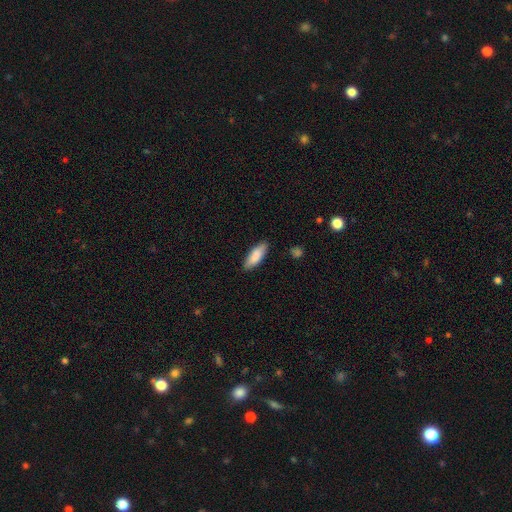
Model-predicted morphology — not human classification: smooth-or-featured: smooth: 85% | featured or disk: 9% | star or artifact: 6%
  how-rounded: in between: 64% | cigar-shaped: 35% | round: 2%
  merging: none: 84% | minor disturbance: 13% | major disturbance: 2% | merger: 1%